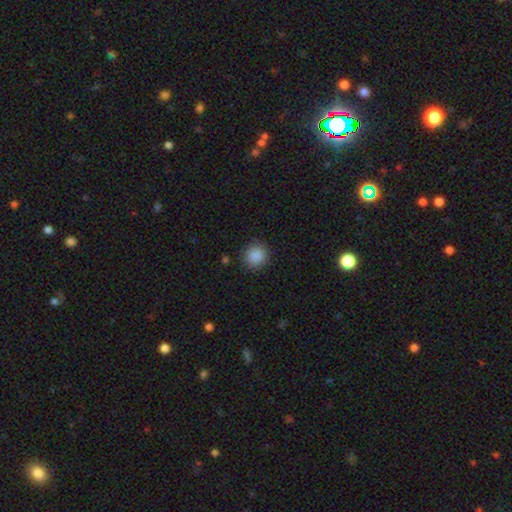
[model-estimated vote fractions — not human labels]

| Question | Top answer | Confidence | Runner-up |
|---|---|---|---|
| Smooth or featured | smooth | 89% | star or artifact (9%) |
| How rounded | round | 89% | in between (10%) |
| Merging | none | 88% | minor disturbance (8%) |